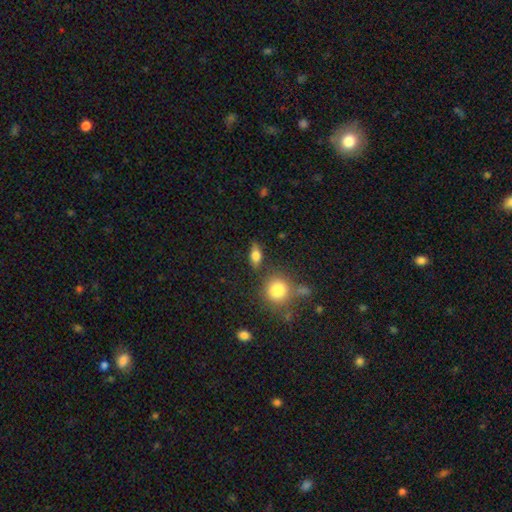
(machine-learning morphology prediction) Q: Smooth or featured?
A: smooth (72%); runner-up: featured or disk (18%)
Q: How rounded?
A: in between (72%); runner-up: round (14%)
Q: Merging?
A: none (75%); runner-up: minor disturbance (14%)